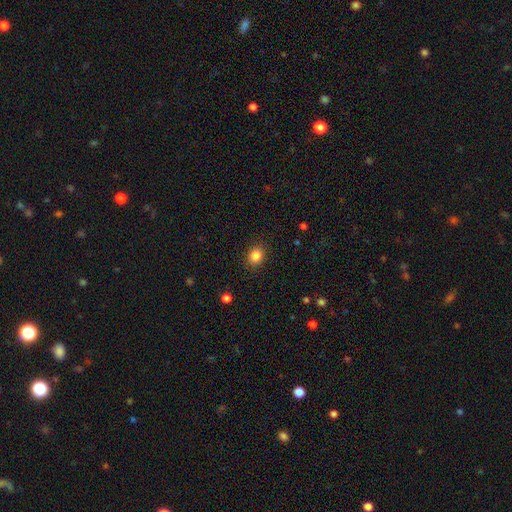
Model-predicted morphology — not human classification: A smooth galaxy with no disk features (85%) that is round (53%). Merging: none (88%).